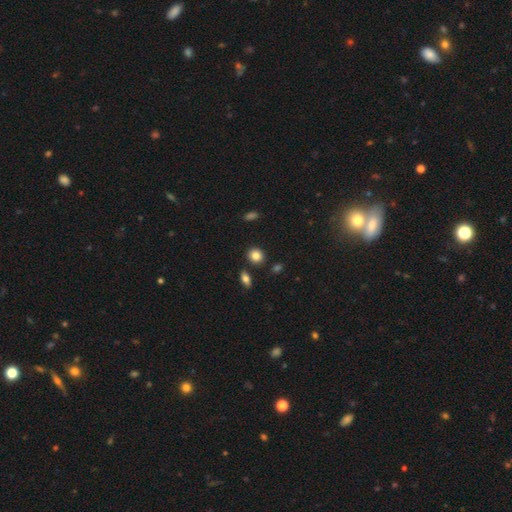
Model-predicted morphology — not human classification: The model was most divided on "how rounded": round: 69%, in between: 30%, cigar-shaped: 1%. More confident: smooth or featured — smooth (84%); merging — none (84%).